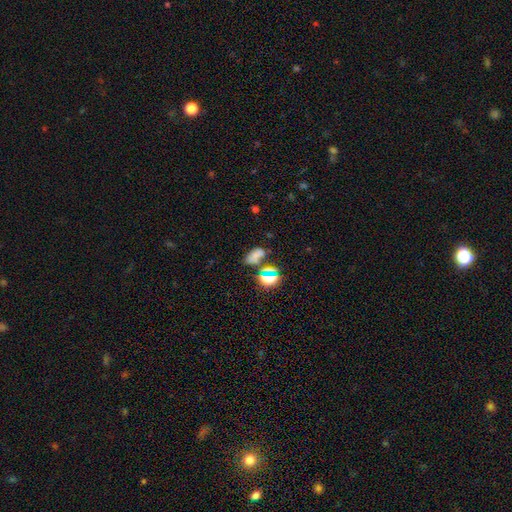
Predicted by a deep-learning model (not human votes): This appears to be a smooth galaxy with no disk features (56%) that is in between round and cigar-shaped (83%). Merging: none (44%).